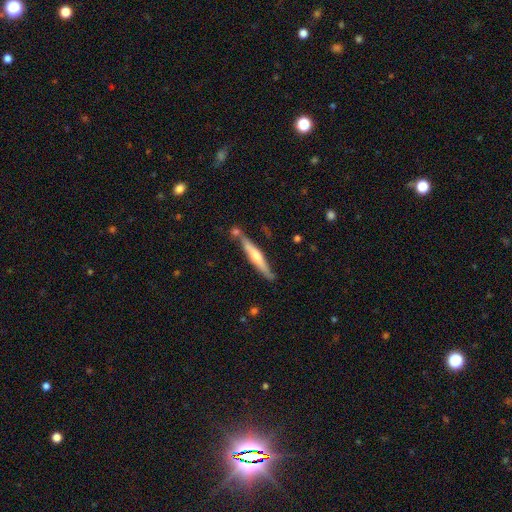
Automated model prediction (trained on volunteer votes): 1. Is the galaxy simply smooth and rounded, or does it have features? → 62% featured or disk, 32% smooth, 6% star or artifact.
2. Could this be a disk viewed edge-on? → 95% yes, 5% no.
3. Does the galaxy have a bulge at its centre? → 76% rounded, 14% none, 10% boxy.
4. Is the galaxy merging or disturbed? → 77% none, 13% minor disturbance, 7% merger, 2% major disturbance.